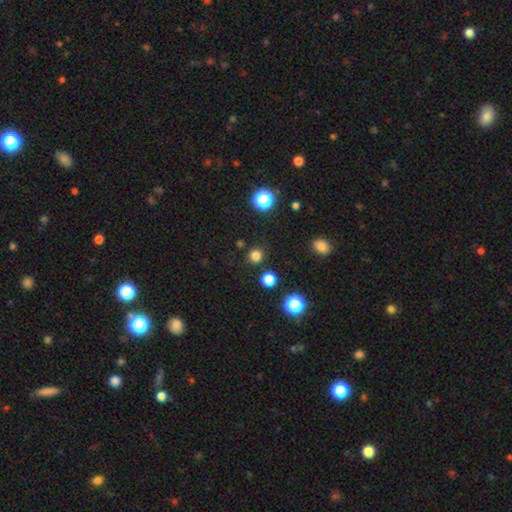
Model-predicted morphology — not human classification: A smooth galaxy with no disk features (79%) that is round (94%). Merging: none (89%).